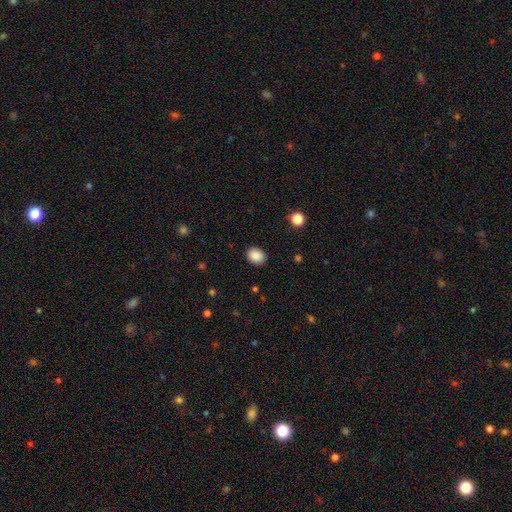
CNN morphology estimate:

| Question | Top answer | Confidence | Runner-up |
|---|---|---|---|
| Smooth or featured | smooth | 89% | star or artifact (8%) |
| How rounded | in between | 58% | round (41%) |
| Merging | none | 89% | minor disturbance (7%) |